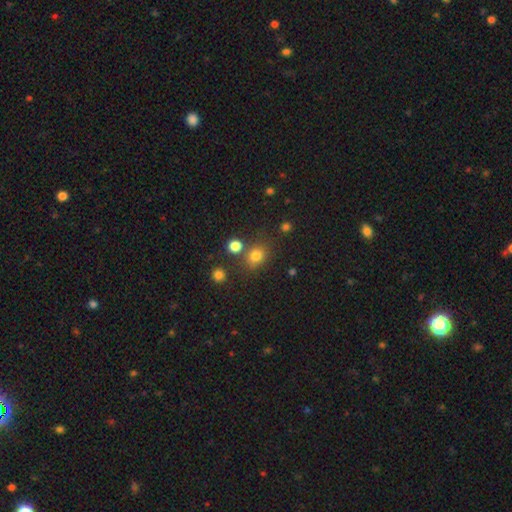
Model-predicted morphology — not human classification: type=smooth (78%); roundness=round (65%); merging=none (72%).